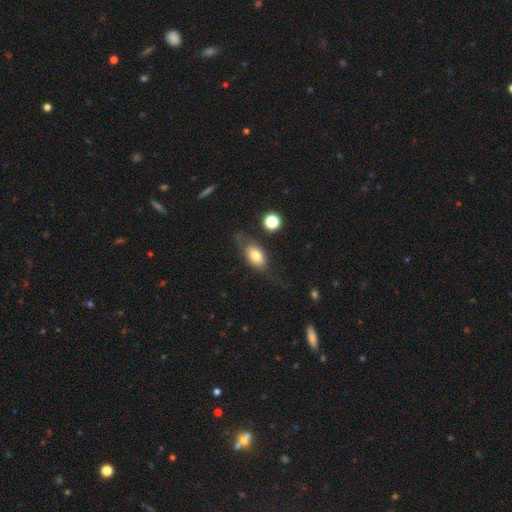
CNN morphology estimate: Smooth or featured?
  - smooth: 69% *
  - featured or disk: 23%
  - star or artifact: 8%
How rounded?
  - in between: 82% *
  - round: 12%
  - cigar-shaped: 6%
Merging?
  - none: 54% *
  - minor disturbance: 25%
  - major disturbance: 17%
  - merger: 4%